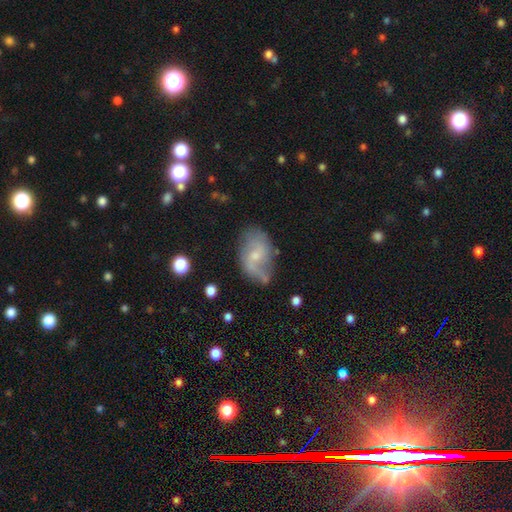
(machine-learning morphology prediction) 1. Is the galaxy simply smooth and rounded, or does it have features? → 68% featured or disk, 24% smooth, 8% star or artifact.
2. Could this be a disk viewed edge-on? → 96% no, 4% yes.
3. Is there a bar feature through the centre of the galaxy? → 52% no, 41% weak, 7% strong.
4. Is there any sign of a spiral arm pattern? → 85% yes, 15% no.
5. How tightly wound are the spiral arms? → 55% loose, 33% medium, 12% tight.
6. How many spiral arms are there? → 73% 2, 13% can't tell, 10% 1, 2% 3, 1% 4, 1% more than 4.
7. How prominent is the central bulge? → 66% small, 26% moderate, 6% none, 1% large, 1% dominant.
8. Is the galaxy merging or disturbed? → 55% none, 27% minor disturbance, 14% major disturbance, 4% merger.